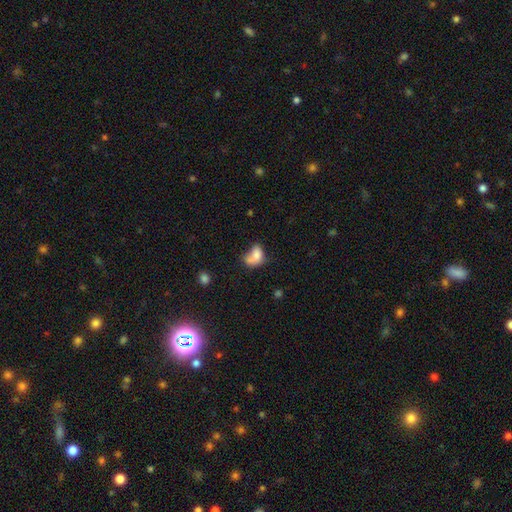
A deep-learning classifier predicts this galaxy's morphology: Overall: smooth (73%). How rounded: in between (75%). Merging: merger (34%; none 25%).